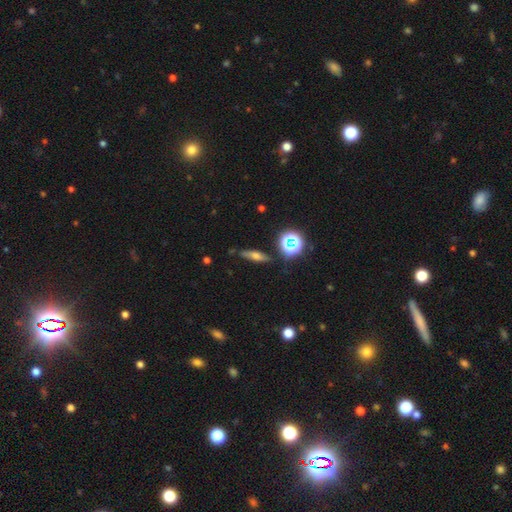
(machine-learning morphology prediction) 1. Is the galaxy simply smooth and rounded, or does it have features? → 54% smooth, 28% featured or disk, 18% star or artifact.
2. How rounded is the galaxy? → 58% cigar-shaped, 33% in between, 10% round.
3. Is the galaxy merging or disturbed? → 80% none, 14% minor disturbance, 3% major disturbance, 3% merger.